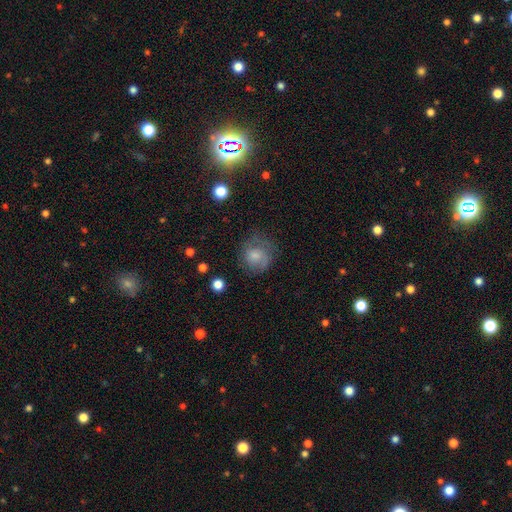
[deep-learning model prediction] Smooth or featured? smooth (59%)
How rounded? round (81%)
Merging? none (63%)